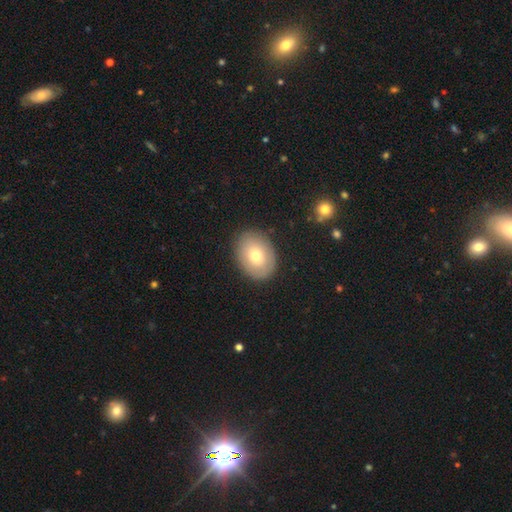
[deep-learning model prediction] A smooth galaxy with no disk features (71%) that is in between round and cigar-shaped (67%).

Vote fractions:
- Smooth or featured? smooth: 71% / featured or disk: 21% / star or artifact: 8%
- How rounded? in between: 67% / round: 32% / cigar-shaped: 1%
- Merging? none: 87% / minor disturbance: 9% / major disturbance: 3% / merger: 1%